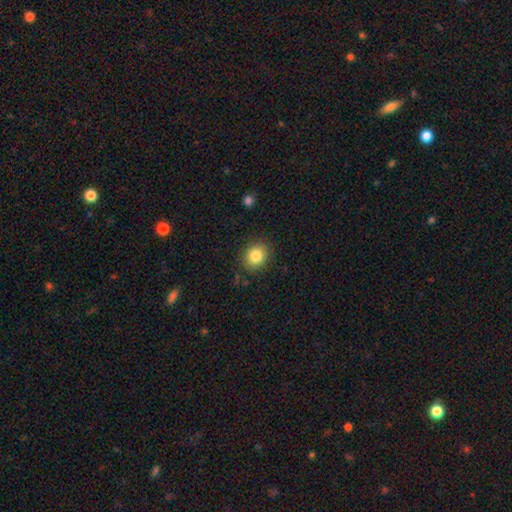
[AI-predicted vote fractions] Smooth or featured: smooth — 84% (star or artifact — 10%)
How rounded: round — 72% (in between — 27%)
Merging: none — 86% (minor disturbance — 9%)